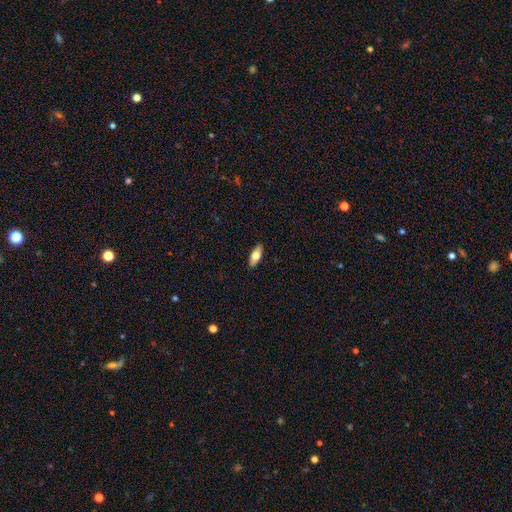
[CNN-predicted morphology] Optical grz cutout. It shows a smooth galaxy with no disk features (71%) that is in between round and cigar-shaped (77%). Merging: none (89%).